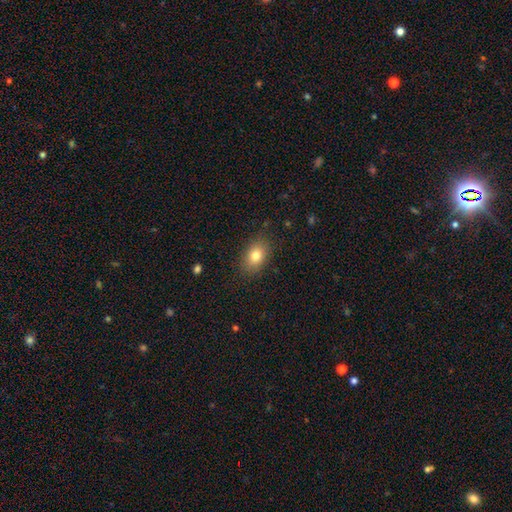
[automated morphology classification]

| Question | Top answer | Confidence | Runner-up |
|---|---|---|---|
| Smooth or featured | smooth | 80% | featured or disk (11%) |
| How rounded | in between | 80% | round (18%) |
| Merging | none | 85% | minor disturbance (11%) |